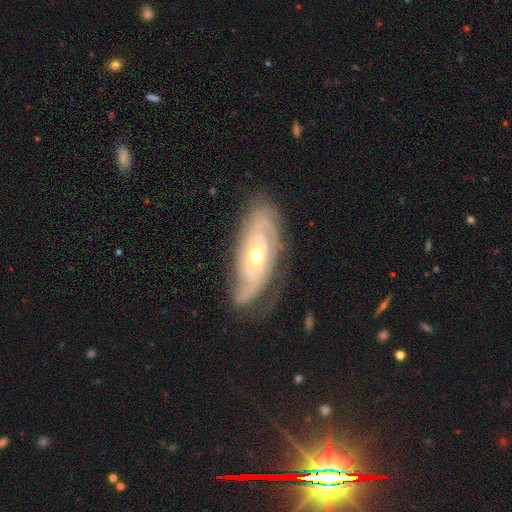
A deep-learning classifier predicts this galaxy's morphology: Overall: featured or disk (85%). Edge-on disk: no (89%). Bar: no (68%). Spiral arms: yes (93%). Spiral arm count: 2 (35%; can't tell 34%). Spiral winding: tight (68%). Bulge size: moderate (52%; small 45%). Merging: none (72%).